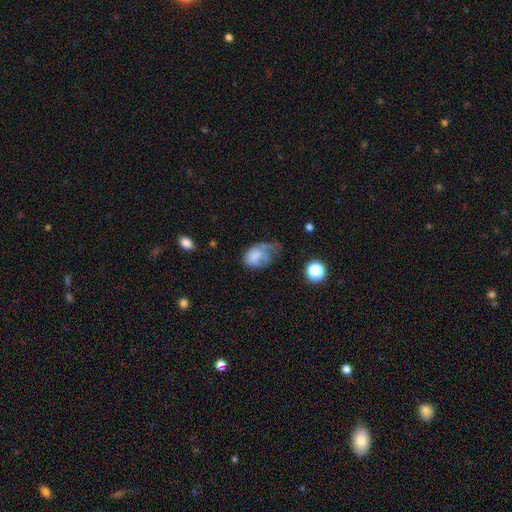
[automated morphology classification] type=smooth (68%); roundness=in between (80%); merging=major disturbance (43%).